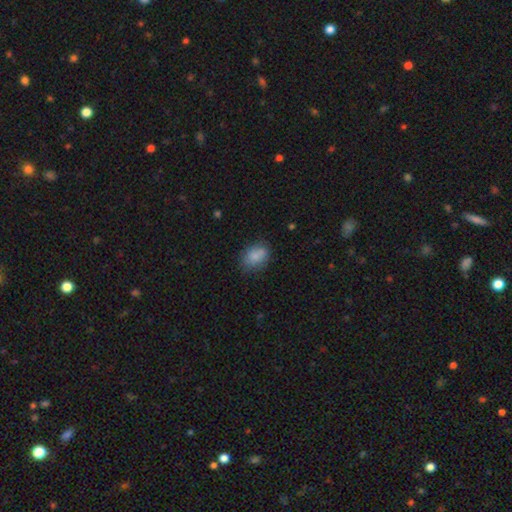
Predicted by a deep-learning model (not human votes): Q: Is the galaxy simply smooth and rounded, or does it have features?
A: smooth — 81%.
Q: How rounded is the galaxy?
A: in between — 70%.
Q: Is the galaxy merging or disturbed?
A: none — 61%.